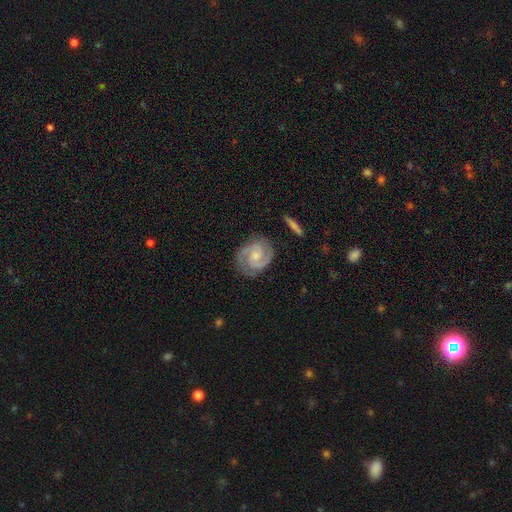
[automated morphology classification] Smooth or featured? featured or disk (87%)
Edge-on disk? no (98%)
Bar? no (56%)
Spiral arms? yes (98%)
Spiral winding? tight (50%)
Spiral arm count? 2 (86%)
Bulge size? small (48%)
Merging? none (80%)